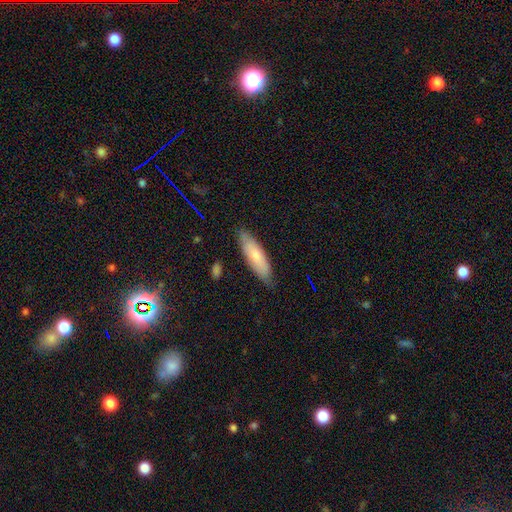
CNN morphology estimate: Q: Smooth or featured?
A: smooth (73%); runner-up: featured or disk (21%)
Q: How rounded?
A: cigar-shaped (53%); runner-up: in between (46%)
Q: Merging?
A: none (81%); runner-up: minor disturbance (16%)